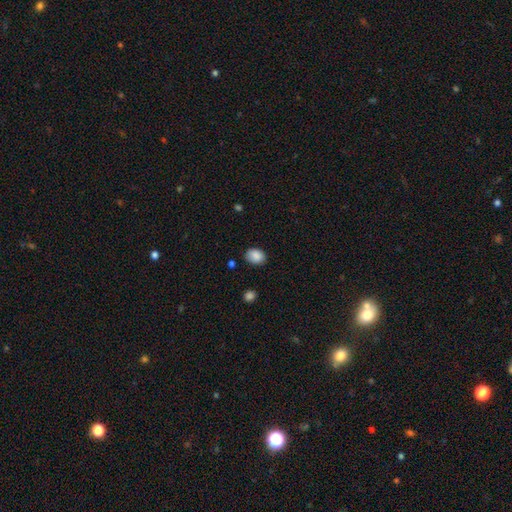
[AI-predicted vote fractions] Smooth or featured? smooth (88%)
How rounded? in between (67%)
Merging? none (80%)